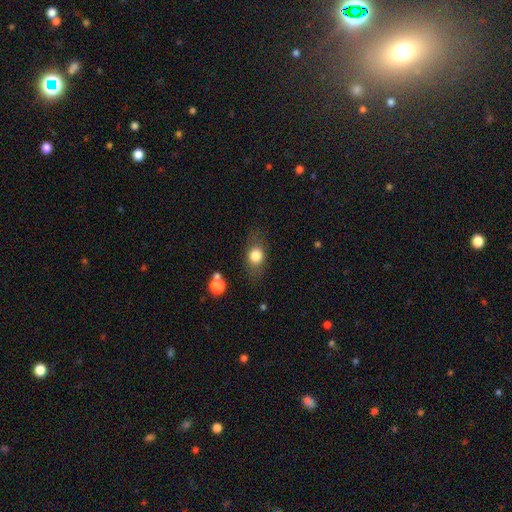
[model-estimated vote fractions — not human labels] Morphology: type=smooth (76%); roundness=in between (57%); merging=none (72%).